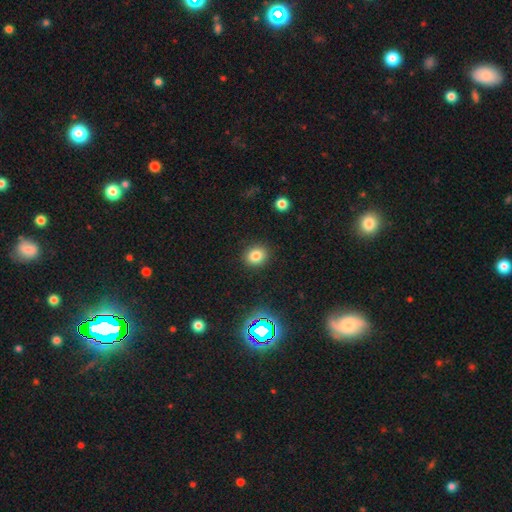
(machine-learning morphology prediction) Smooth or featured: smooth — 80% (star or artifact — 14%)
How rounded: round — 71% (in between — 28%)
Merging: none — 90% (minor disturbance — 6%)